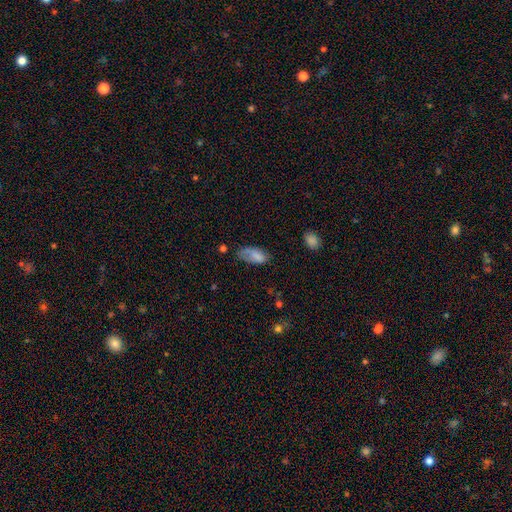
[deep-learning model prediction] Smooth or featured? smooth (77%)
How rounded? in between (90%)
Merging? none (43%)